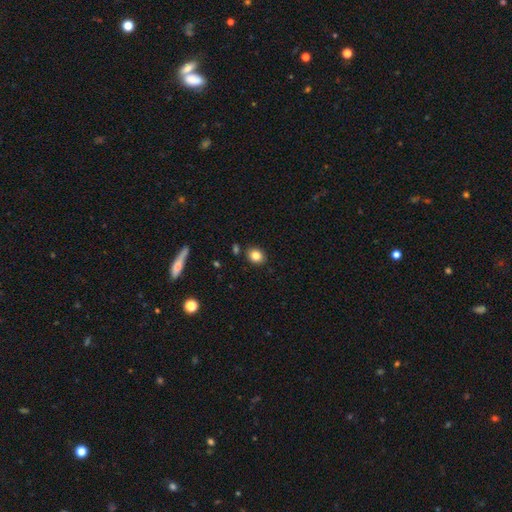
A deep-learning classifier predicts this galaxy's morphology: type=smooth (83%); roundness=round (53%); merging=none (86%).